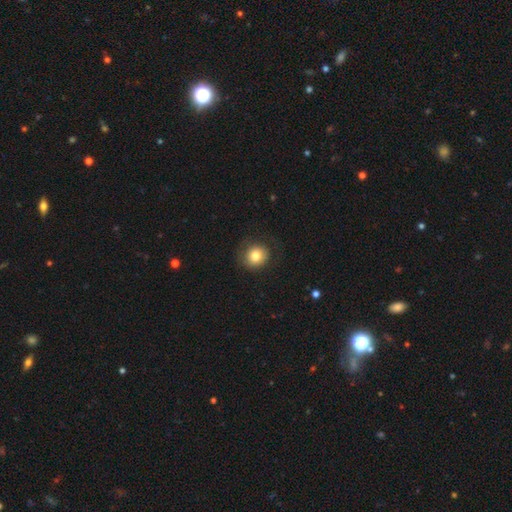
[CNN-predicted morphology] smooth 79%, featured or disk 12%, star or artifact 10%. Down the decision tree: how rounded — round (85%); merging — none (79%).